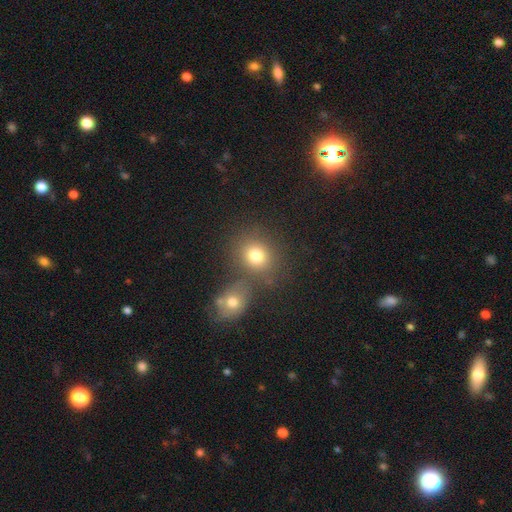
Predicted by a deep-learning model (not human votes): Overall: smooth (77%). How rounded: round (72%). Merging: none (59%; merger 27%).